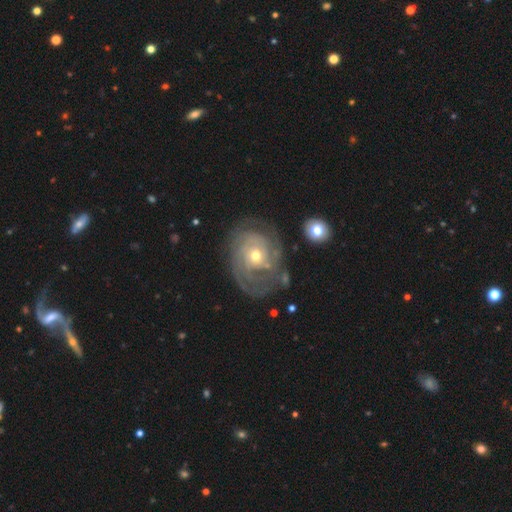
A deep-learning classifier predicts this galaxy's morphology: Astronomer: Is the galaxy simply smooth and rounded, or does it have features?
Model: featured or disk — 86%.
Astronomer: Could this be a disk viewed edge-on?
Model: no — 97%.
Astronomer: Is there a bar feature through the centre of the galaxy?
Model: no — 76%.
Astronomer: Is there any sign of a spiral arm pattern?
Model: yes — 93%.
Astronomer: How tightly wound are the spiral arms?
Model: tight — 68%.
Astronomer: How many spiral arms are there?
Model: can't tell — 35% (runner-up: 2, 22%).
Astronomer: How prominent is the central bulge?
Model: moderate — 51% (runner-up: small, 45%).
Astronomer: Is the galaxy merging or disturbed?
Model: none — 63%.